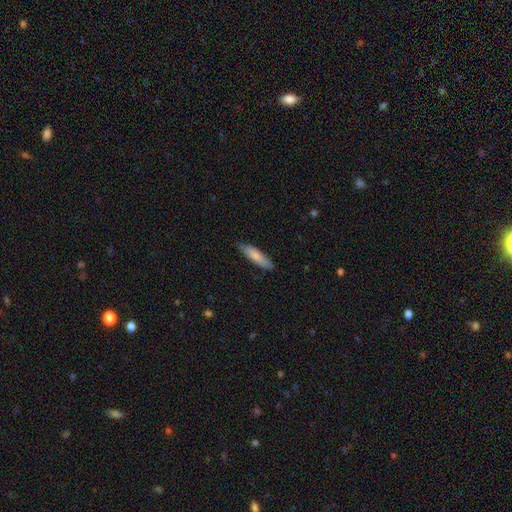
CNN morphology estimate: smooth 77%, featured or disk 18%, star or artifact 5%. Down the decision tree: how rounded — cigar-shaped (72%); merging — none (81%).